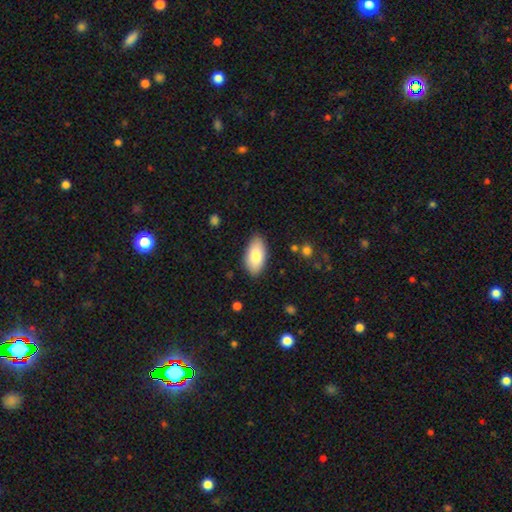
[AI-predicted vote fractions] Smooth or featured? smooth (82%)
How rounded? in between (94%)
Merging? none (85%)